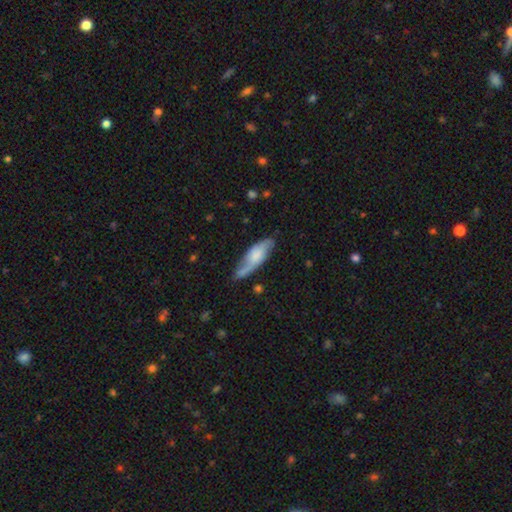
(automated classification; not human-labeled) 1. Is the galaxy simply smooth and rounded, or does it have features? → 48% smooth, 46% featured or disk, 6% star or artifact.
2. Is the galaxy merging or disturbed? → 61% none, 27% minor disturbance, 7% major disturbance, 5% merger.